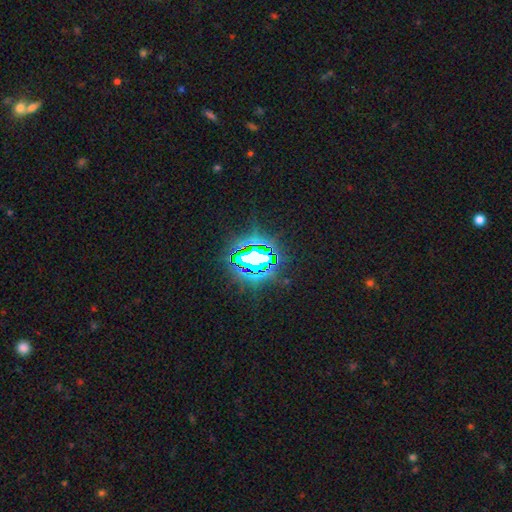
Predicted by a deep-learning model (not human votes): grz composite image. It shows a star or artifact, not a galaxy (82%).